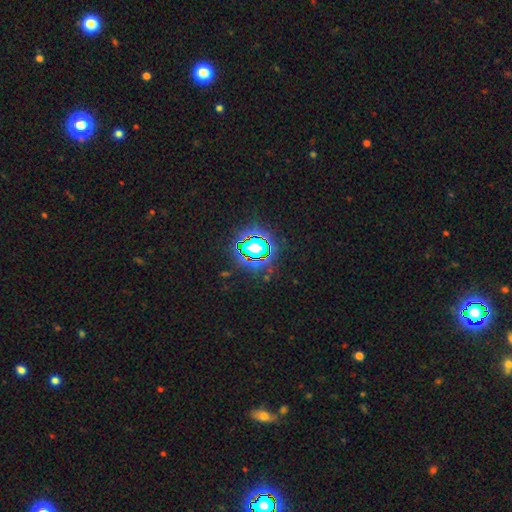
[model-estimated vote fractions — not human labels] Smooth or featured? star or artifact (83%)